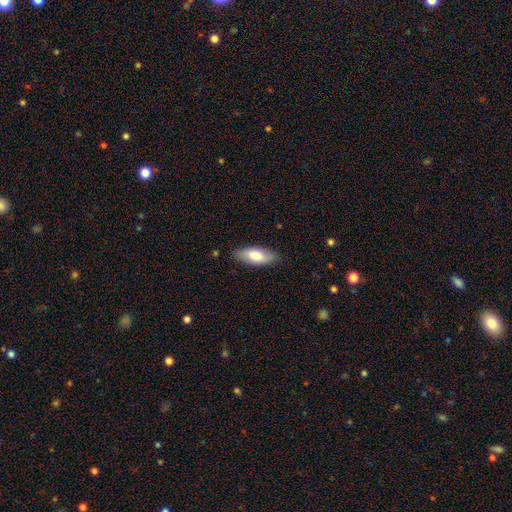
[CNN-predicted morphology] Smooth or featured: smooth — 73% (featured or disk — 21%)
How rounded: in between — 82% (cigar-shaped — 16%)
Merging: none — 83% (minor disturbance — 13%)